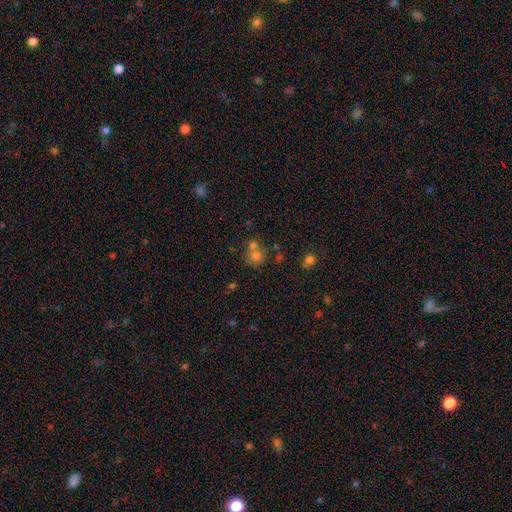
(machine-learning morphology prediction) The model was most divided on "merging": merger: 46%, none: 43%, minor disturbance: 8%, major disturbance: 4%. More confident: how rounded — round (84%); smooth or featured — smooth (70%).